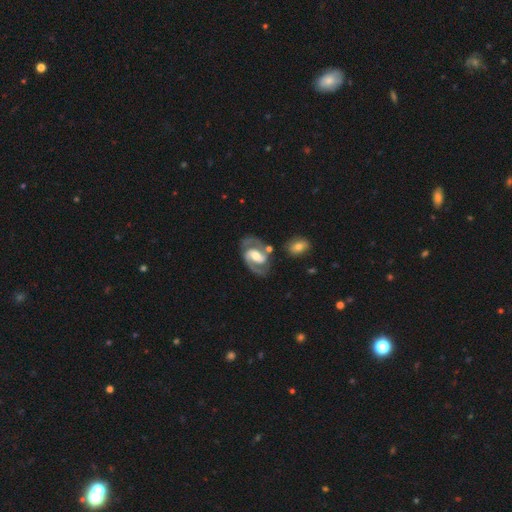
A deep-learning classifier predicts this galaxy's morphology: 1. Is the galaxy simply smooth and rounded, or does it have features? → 88% featured or disk, 7% smooth, 4% star or artifact.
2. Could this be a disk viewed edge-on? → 97% no, 3% yes.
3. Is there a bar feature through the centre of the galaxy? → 41% strong, 40% weak, 19% no.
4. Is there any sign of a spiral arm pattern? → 96% yes, 4% no.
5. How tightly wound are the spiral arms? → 58% medium, 29% tight, 13% loose.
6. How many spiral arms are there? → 92% 2, 3% can't tell, 2% 1, 1% 3, 1% 4, 1% more than 4.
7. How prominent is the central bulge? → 64% moderate, 20% small, 13% large, 2% none, 1% dominant.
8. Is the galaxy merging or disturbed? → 74% none, 14% minor disturbance, 7% merger, 6% major disturbance.